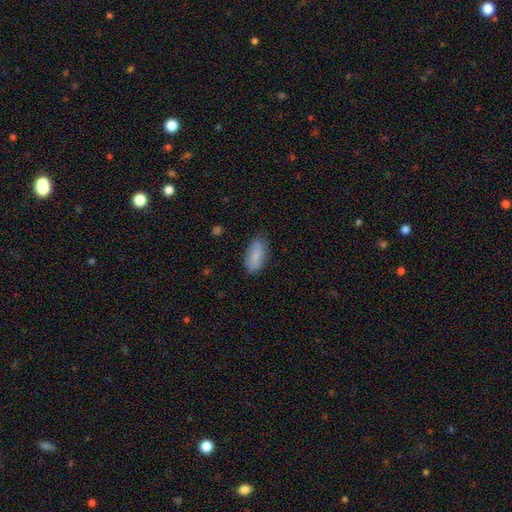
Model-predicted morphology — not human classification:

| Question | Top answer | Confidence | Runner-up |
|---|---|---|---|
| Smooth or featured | smooth | 83% | featured or disk (11%) |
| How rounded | in between | 89% | cigar-shaped (9%) |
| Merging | none | 76% | minor disturbance (18%) |